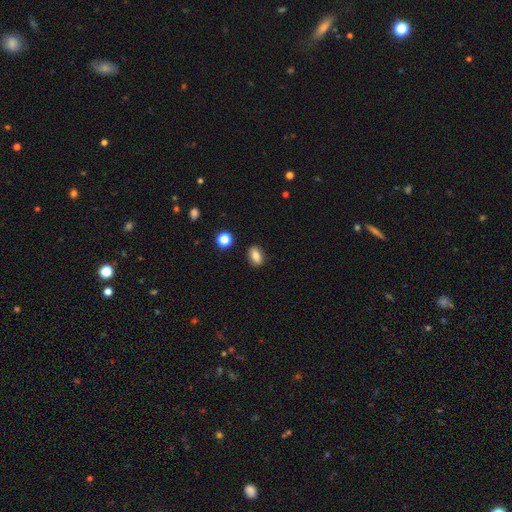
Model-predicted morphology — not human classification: smooth_or_featured: smooth (p=0.82) [alt: star or artifact p=0.09]
how_rounded: in between (p=0.82) [alt: round p=0.14]
merging: none (p=0.88) [alt: minor disturbance p=0.08]